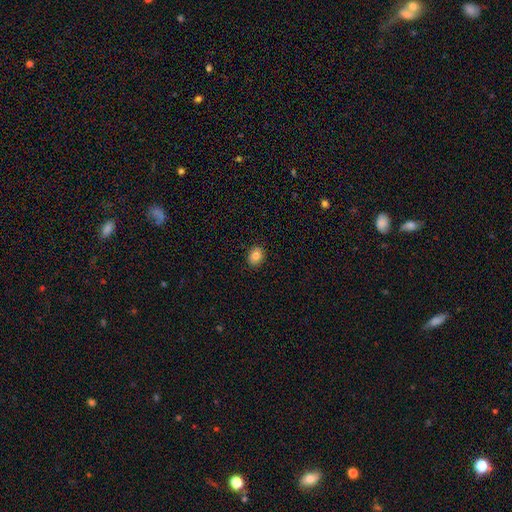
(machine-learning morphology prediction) Q: Smooth or featured?
A: smooth (83%); runner-up: star or artifact (9%)
Q: How rounded?
A: round (51%); runner-up: in between (48%)
Q: Merging?
A: none (89%); runner-up: minor disturbance (8%)